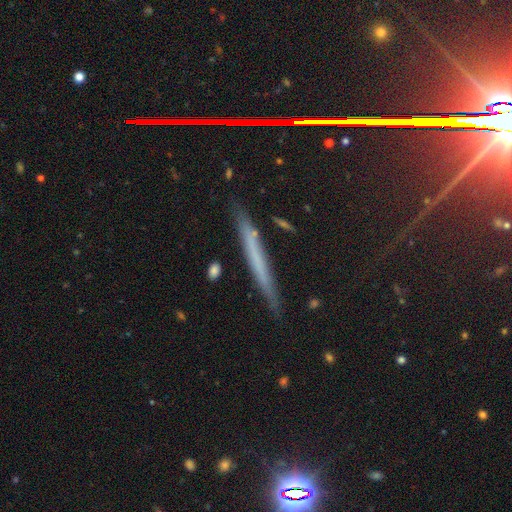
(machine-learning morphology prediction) Smooth or featured: featured or disk — 44% (smooth — 43%)
Merging: none — 85% (minor disturbance — 12%)